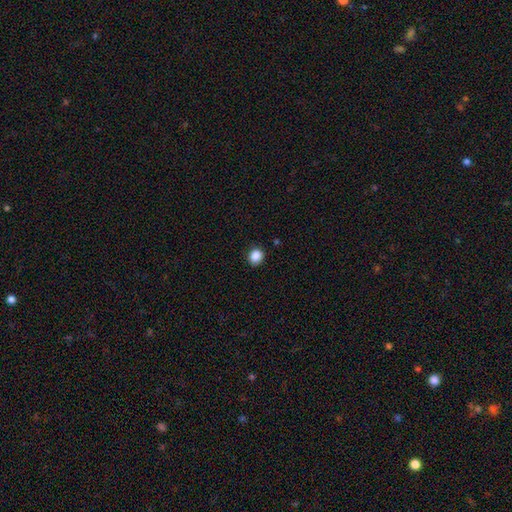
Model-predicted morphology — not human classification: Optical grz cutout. It shows a smooth galaxy with no disk features (88%) that is round (73%). Merging: none (87%).